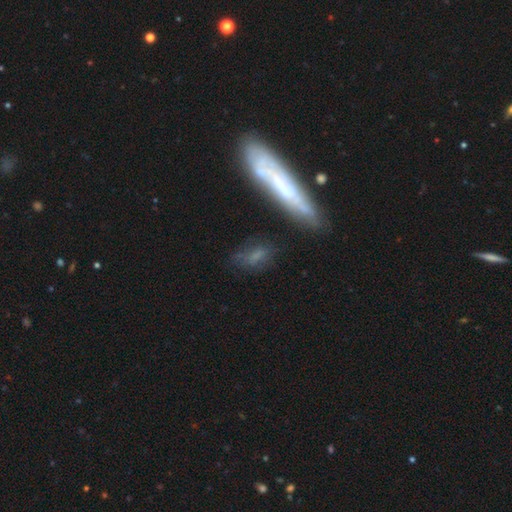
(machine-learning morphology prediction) smooth-or-featured: smooth: 49% | featured or disk: 38% | star or artifact: 12%
  merging: none: 57% | minor disturbance: 23% | major disturbance: 13% | merger: 7%